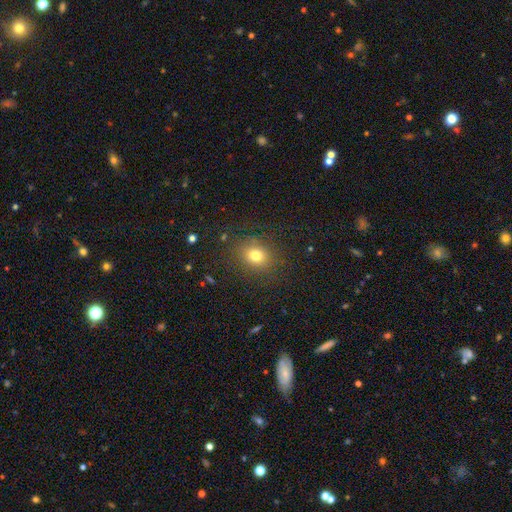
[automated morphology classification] Overall: smooth (76%). How rounded: round (64%; in between 35%). Merging: none (84%).